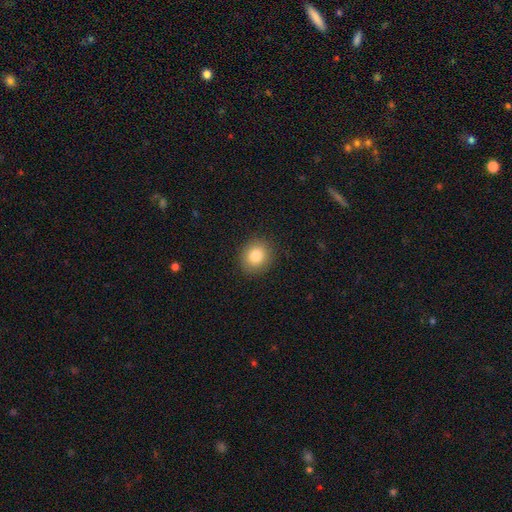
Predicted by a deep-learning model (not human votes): Morphology: type=smooth (84%); roundness=round (78%); merging=none (89%).